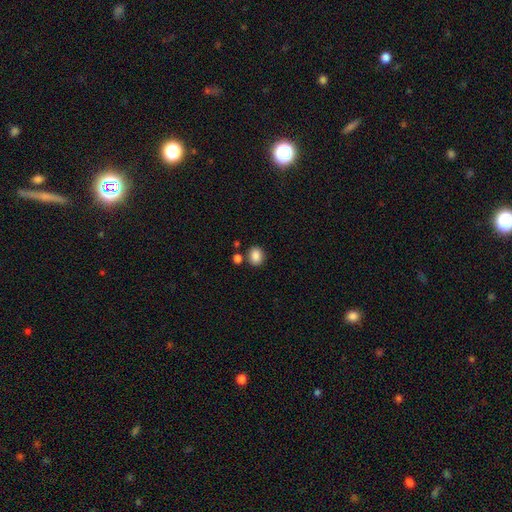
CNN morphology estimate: type=smooth (87%); roundness=round (54%); merging=none (78%).